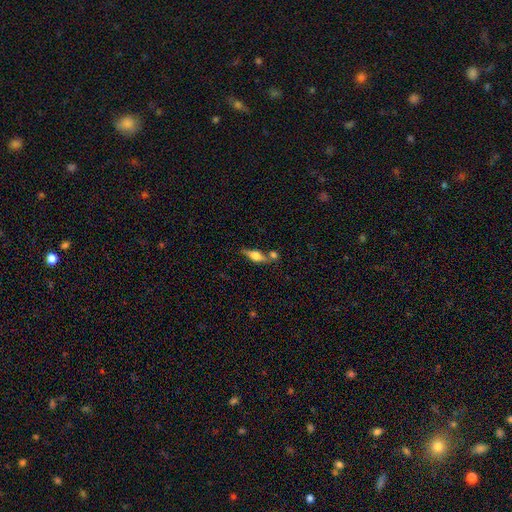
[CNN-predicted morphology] Smooth or featured? Predicted: featured or disk (p=0.55). Edge-on disk? Predicted: yes (p=0.90). Merging? Predicted: none (p=0.59).